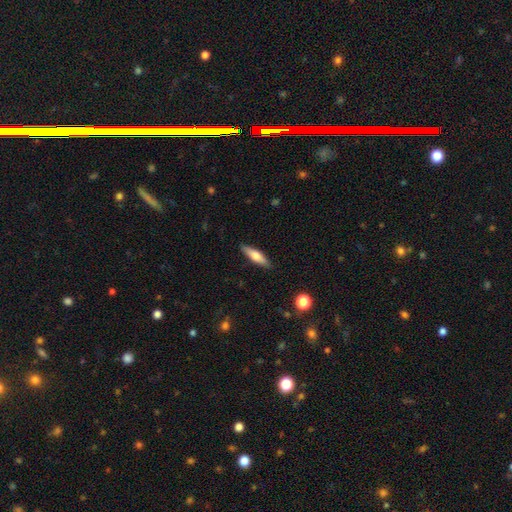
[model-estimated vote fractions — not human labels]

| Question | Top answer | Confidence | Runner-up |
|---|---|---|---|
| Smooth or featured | smooth | 60% | featured or disk (34%) |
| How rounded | cigar-shaped | 68% | in between (30%) |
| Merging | none | 88% | minor disturbance (9%) |